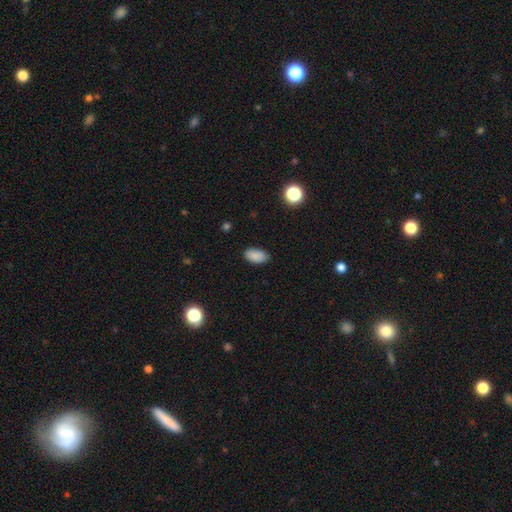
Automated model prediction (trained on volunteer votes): smooth_or_featured: smooth (p=0.88) [alt: star or artifact p=0.08]
how_rounded: in between (p=0.94) [alt: round p=0.04]
merging: none (p=0.85) [alt: minor disturbance p=0.12]